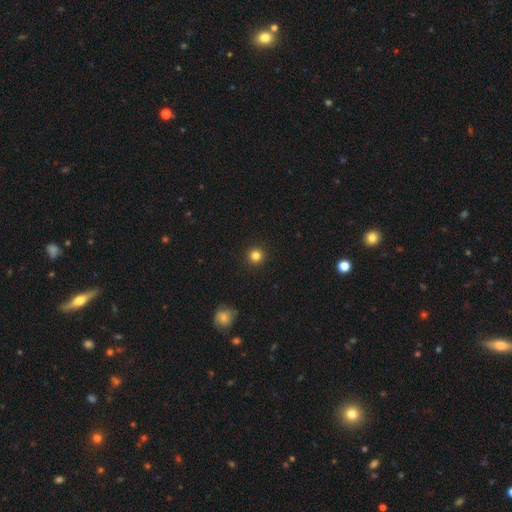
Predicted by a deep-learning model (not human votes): smooth_or_featured: smooth (p=0.83) [alt: star or artifact p=0.13]
how_rounded: round (p=0.96) [alt: in between p=0.03]
merging: none (p=0.93) [alt: minor disturbance p=0.04]